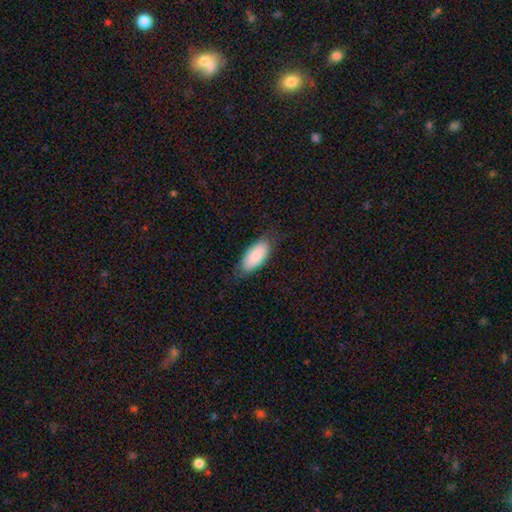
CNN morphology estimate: A smooth galaxy with no disk features (85%) that is in between round and cigar-shaped (88%). Merging: none (75%).